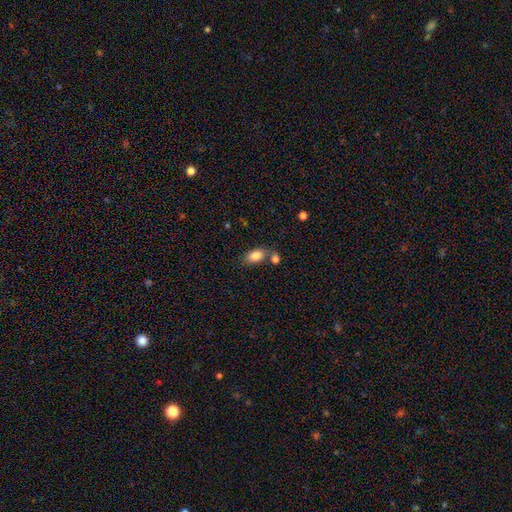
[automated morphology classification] This is clearly a smooth galaxy (84%). How rounded: clearly in between (89%). Merging: likely none (67%).